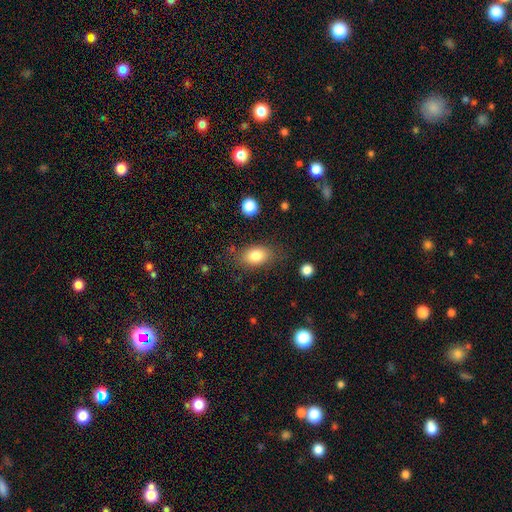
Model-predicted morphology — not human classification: type=smooth (83%); roundness=in between (85%); merging=none (76%).